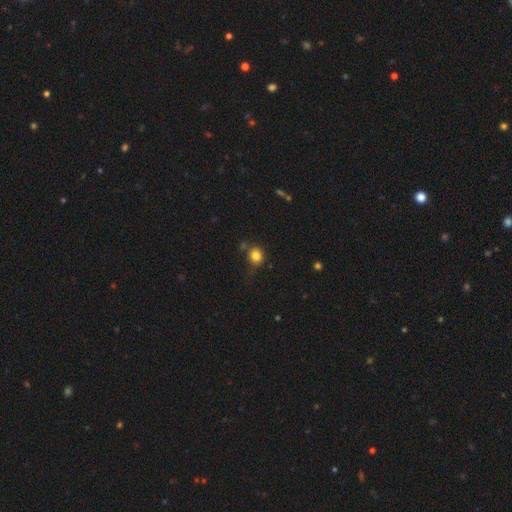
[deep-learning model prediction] A smooth galaxy with no disk features (82%) that is round (82%). Merging: none (71%).